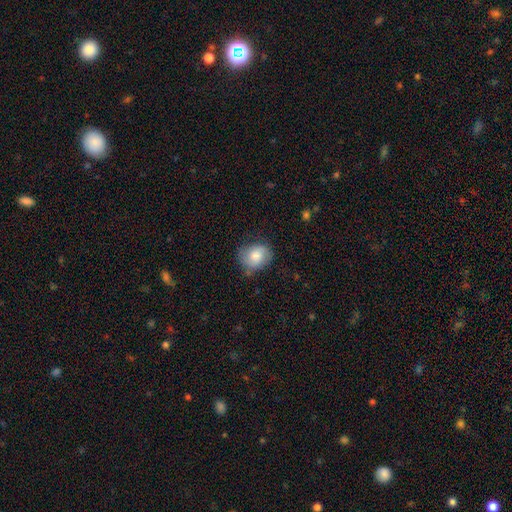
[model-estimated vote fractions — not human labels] This appears to be a smooth galaxy with no disk features (75%) that is round (58%). Merging: none (70%).